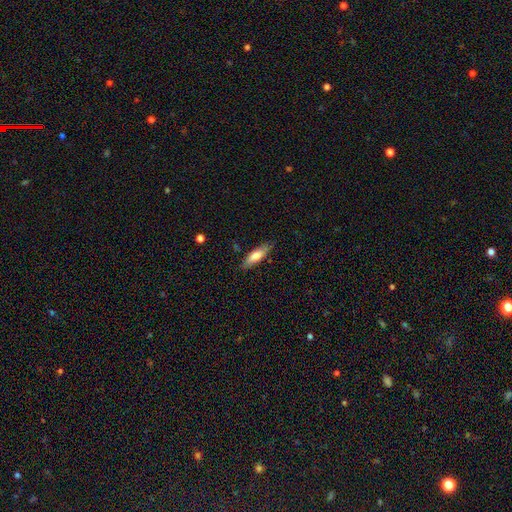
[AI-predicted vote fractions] smooth-or-featured: smooth: 73% | featured or disk: 20% | star or artifact: 6%
  how-rounded: cigar-shaped: 60% | in between: 38% | round: 2%
  merging: none: 81% | minor disturbance: 15% | major disturbance: 3% | merger: 2%